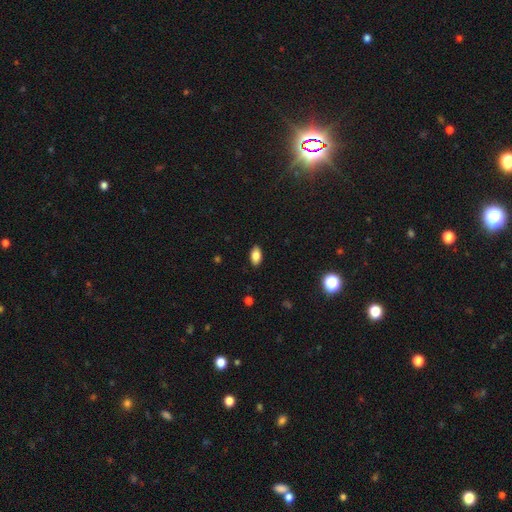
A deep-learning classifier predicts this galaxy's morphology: type=smooth (85%); roundness=in between (92%); merging=none (89%).